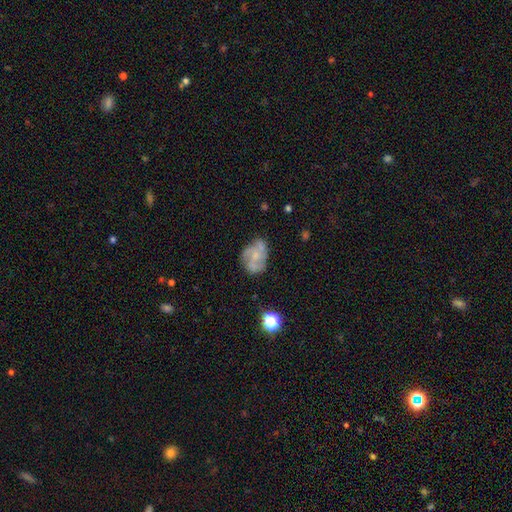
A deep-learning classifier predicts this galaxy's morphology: Smooth or featured? Predicted: featured or disk (p=0.68). Edge-on disk? Predicted: no (p=0.98). Bar? Predicted: no (p=0.69). Spiral arms? Predicted: yes (p=0.80). Spiral winding? Predicted: medium (p=0.47). Spiral arm count? Predicted: 3 (p=0.36). Bulge size? Predicted: small (p=0.49). Merging? Predicted: none (p=0.62).